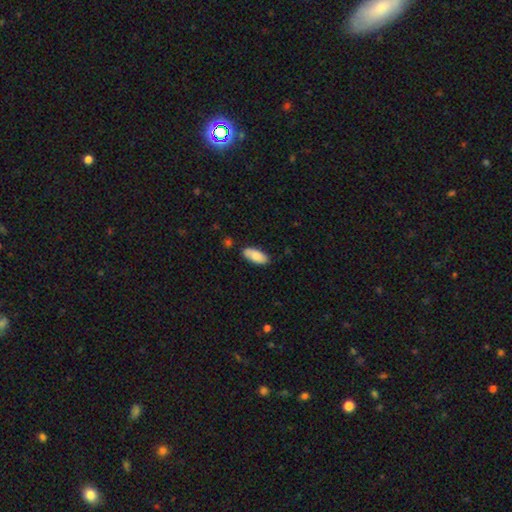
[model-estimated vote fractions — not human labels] smooth-or-featured: smooth: 80% | featured or disk: 13% | star or artifact: 6%
  how-rounded: in between: 86% | cigar-shaped: 12% | round: 2%
  merging: none: 80% | minor disturbance: 15% | merger: 3% | major disturbance: 2%